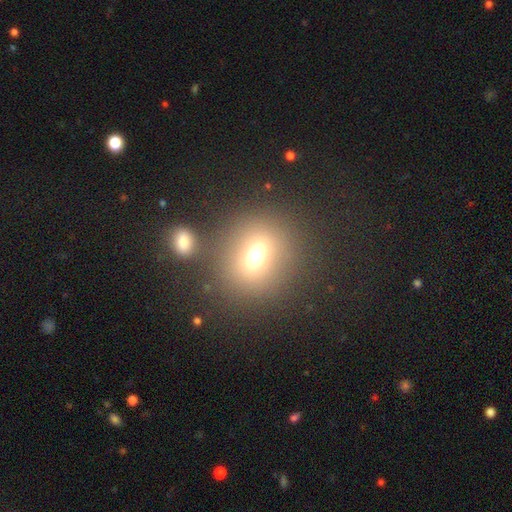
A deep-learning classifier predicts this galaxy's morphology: This is likely a smooth galaxy (69%). How rounded: likely round (62%). Merging: likely none (70%).